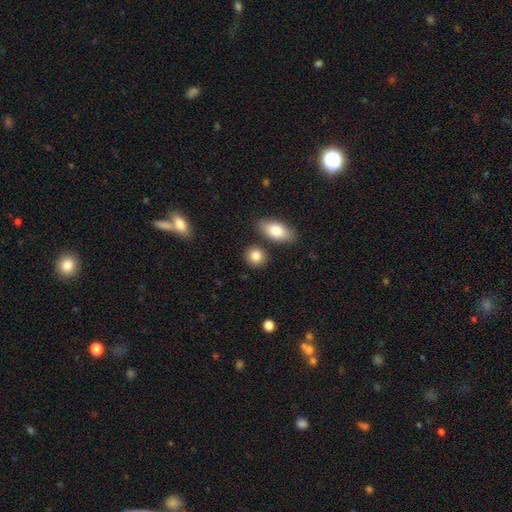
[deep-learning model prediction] smooth 84%, star or artifact 8%, featured or disk 8%. Down the decision tree: how rounded — round (64%); merging — none (79%).